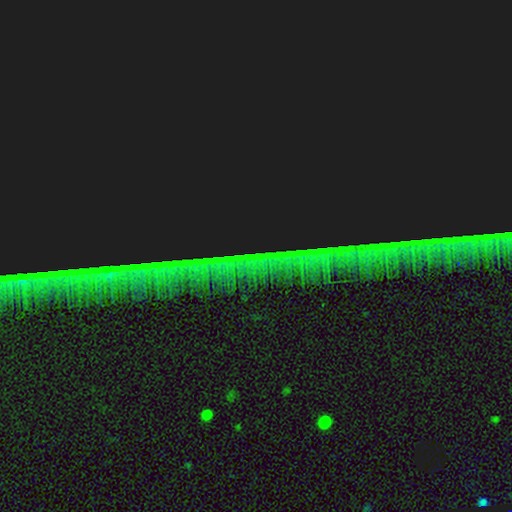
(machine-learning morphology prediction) This appears to be a star or artifact, not a galaxy (85%).